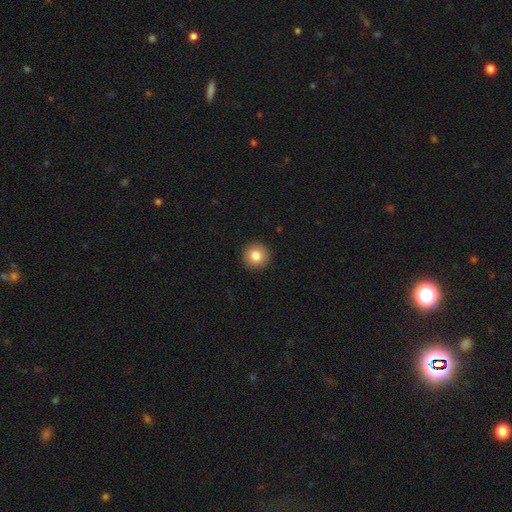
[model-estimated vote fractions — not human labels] smooth_or_featured: smooth (p=0.82) [alt: star or artifact p=0.10]
how_rounded: round (p=0.95) [alt: in between p=0.04]
merging: none (p=0.93) [alt: minor disturbance p=0.04]